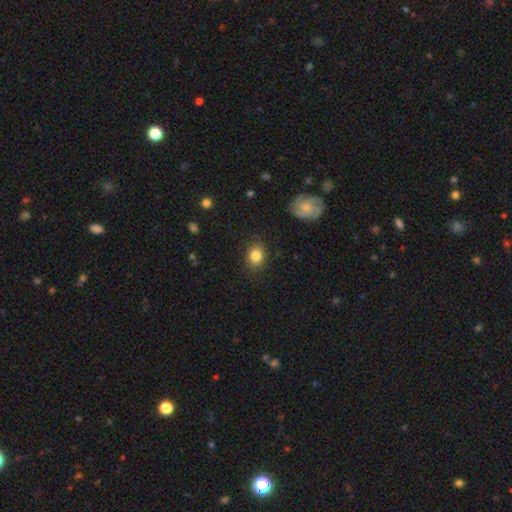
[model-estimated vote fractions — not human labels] smooth_or_featured: smooth (p=0.83) [alt: star or artifact p=0.09]
how_rounded: round (p=0.53) [alt: in between p=0.46]
merging: none (p=0.84) [alt: minor disturbance p=0.11]